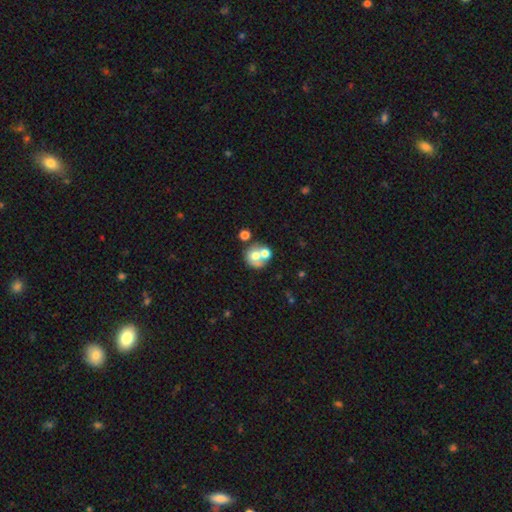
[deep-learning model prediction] A smooth galaxy with no disk features (58%) that is round (77%).

Vote fractions:
- Smooth or featured? smooth: 58% / featured or disk: 32% / star or artifact: 10%
- How rounded? round: 77% / in between: 22% / cigar-shaped: 1%
- Merging? merger: 53% / none: 32% / minor disturbance: 9% / major disturbance: 6%